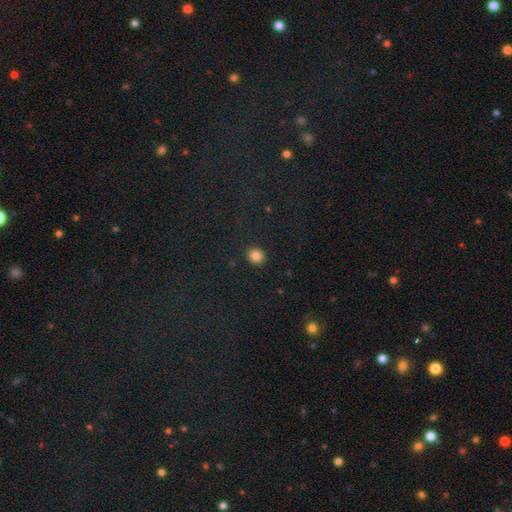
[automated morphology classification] Smooth or featured?
  - smooth: 85% *
  - star or artifact: 11%
  - featured or disk: 4%
How rounded?
  - round: 79% *
  - in between: 20%
  - cigar-shaped: 1%
Merging?
  - none: 91% *
  - minor disturbance: 6%
  - major disturbance: 2%
  - merger: 1%